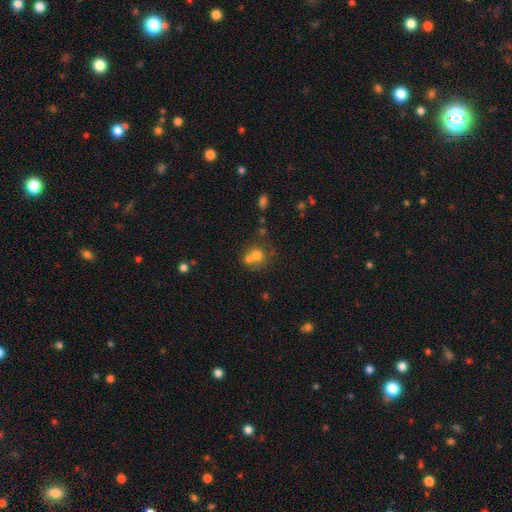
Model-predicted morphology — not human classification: smooth_or_featured: smooth (p=0.70) [alt: featured or disk p=0.17]
how_rounded: round (p=0.80) [alt: in between p=0.19]
merging: merger (p=0.47) [alt: none p=0.39]